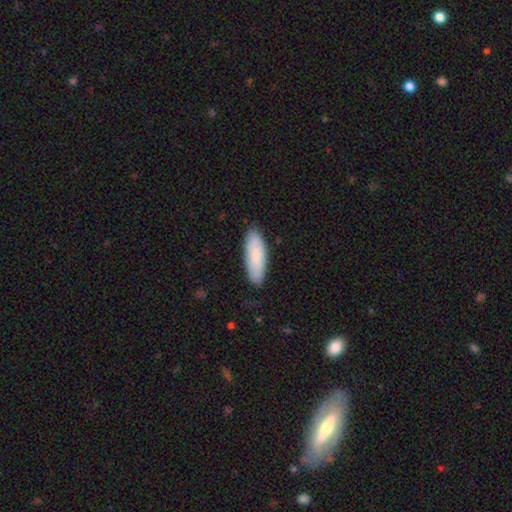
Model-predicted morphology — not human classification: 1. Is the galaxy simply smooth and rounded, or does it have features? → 83% smooth, 12% featured or disk, 6% star or artifact.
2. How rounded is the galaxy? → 61% in between, 37% cigar-shaped, 2% round.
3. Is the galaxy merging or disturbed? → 85% none, 12% minor disturbance, 2% major disturbance, 1% merger.